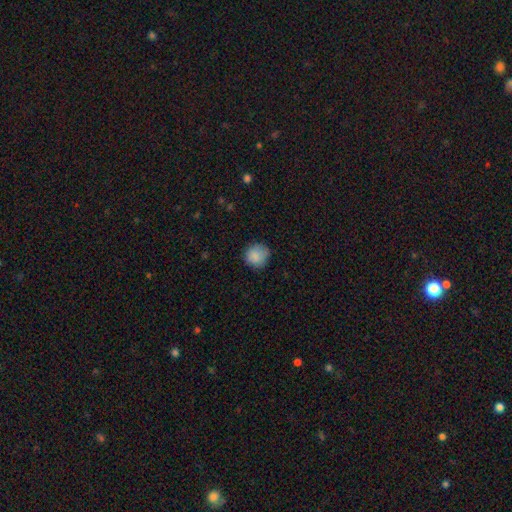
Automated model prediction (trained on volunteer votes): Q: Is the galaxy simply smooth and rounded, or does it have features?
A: smooth — 87%.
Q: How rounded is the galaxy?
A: round — 89%.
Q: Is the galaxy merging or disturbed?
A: none — 79%.